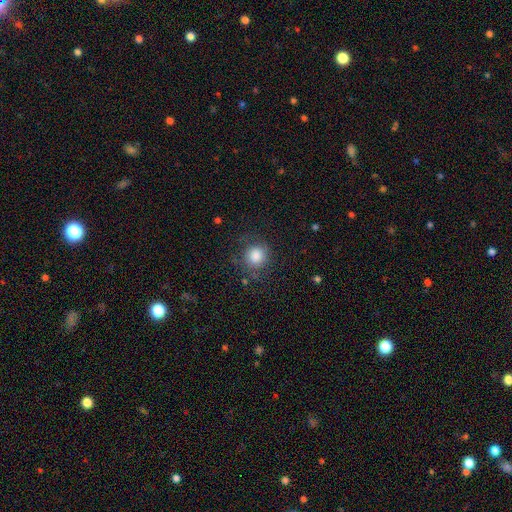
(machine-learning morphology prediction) smooth 80%, featured or disk 11%, star or artifact 9%. Down the decision tree: how rounded — round (86%); merging — none (73%).